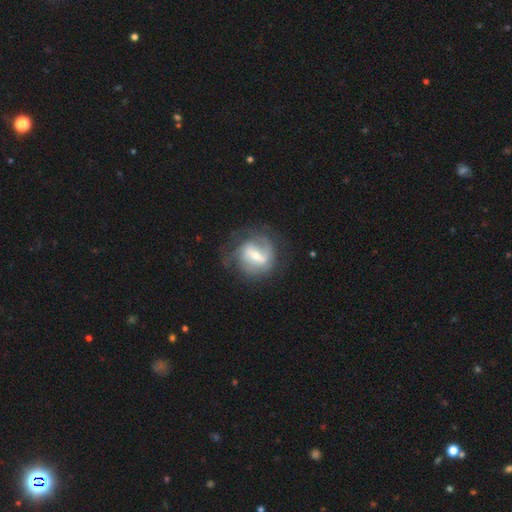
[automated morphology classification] Smooth or featured: featured or disk — 80% (smooth — 14%)
Edge-on disk: no — 97% (yes — 3%)
Bar: weak — 45% (strong — 42%)
Spiral arms: yes — 89% (no — 11%)
Spiral winding: medium — 43% (tight — 30%)
Spiral arm count: 2 — 57% (can't tell — 19%)
Bulge size: moderate — 48% (small — 46%)
Merging: none — 63% (minor disturbance — 20%)